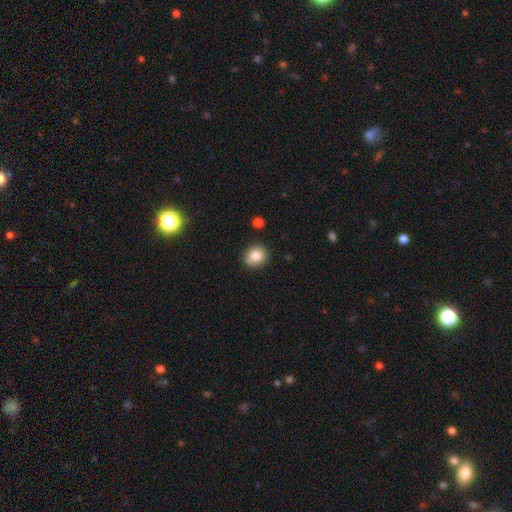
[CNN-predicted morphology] type=smooth (82%); roundness=round (79%); merging=none (81%).